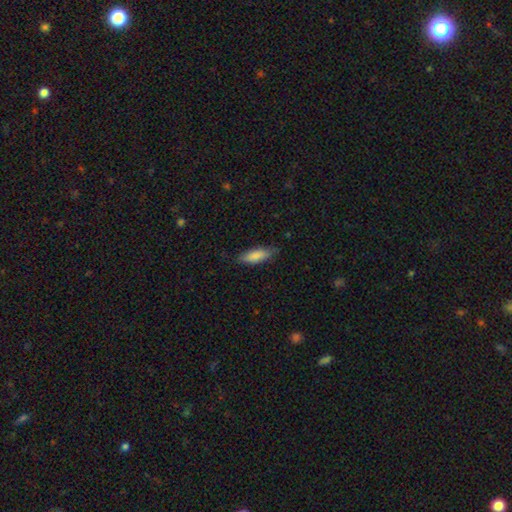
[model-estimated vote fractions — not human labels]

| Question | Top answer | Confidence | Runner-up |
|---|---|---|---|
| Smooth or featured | smooth | 85% | featured or disk (9%) |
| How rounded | in between | 58% | cigar-shaped (40%) |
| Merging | none | 78% | minor disturbance (18%) |